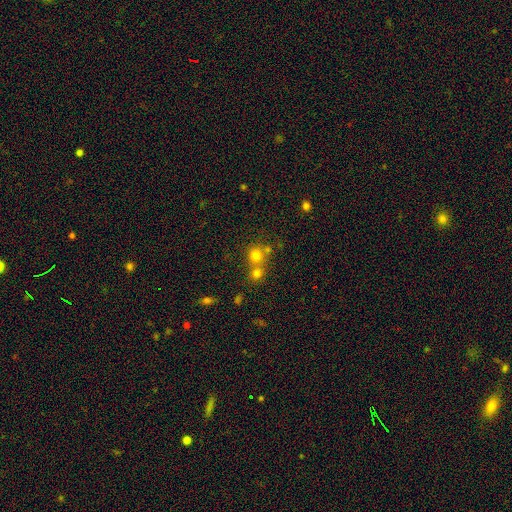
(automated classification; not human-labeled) A smooth galaxy with no disk features (74%) that is round (85%).

Vote fractions:
- Smooth or featured? smooth: 74% / star or artifact: 17% / featured or disk: 9%
- How rounded? round: 85% / in between: 14% / cigar-shaped: 1%
- Merging? none: 48% / merger: 43% / minor disturbance: 6% / major disturbance: 3%